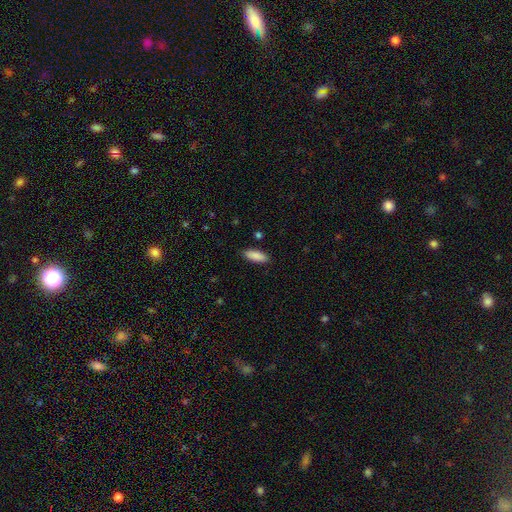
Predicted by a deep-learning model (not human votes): A smooth galaxy with no disk features (89%) that is in between round and cigar-shaped (67%).

Vote fractions:
- Smooth or featured? smooth: 89% / star or artifact: 6% / featured or disk: 5%
- How rounded? in between: 67% / cigar-shaped: 31% / round: 2%
- Merging? none: 88% / minor disturbance: 9% / major disturbance: 2% / merger: 1%